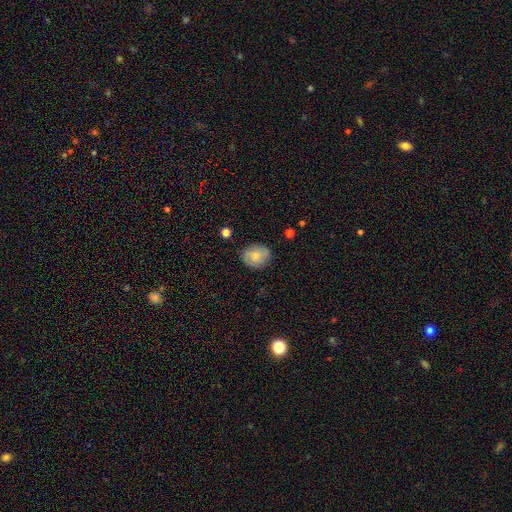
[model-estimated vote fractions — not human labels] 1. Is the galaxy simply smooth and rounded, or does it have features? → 73% smooth, 20% featured or disk, 8% star or artifact.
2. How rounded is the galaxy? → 52% round, 47% in between, 1% cigar-shaped.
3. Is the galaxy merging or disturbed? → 84% none, 12% minor disturbance, 3% major disturbance, 1% merger.